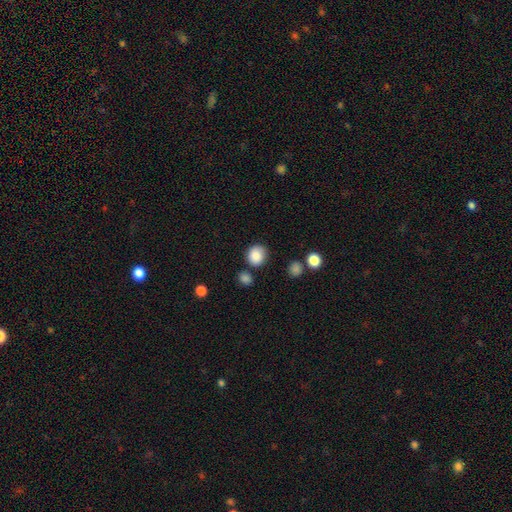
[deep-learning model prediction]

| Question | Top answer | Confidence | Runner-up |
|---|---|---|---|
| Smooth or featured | smooth | 87% | star or artifact (9%) |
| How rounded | round | 80% | in between (19%) |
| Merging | none | 76% | minor disturbance (14%) |